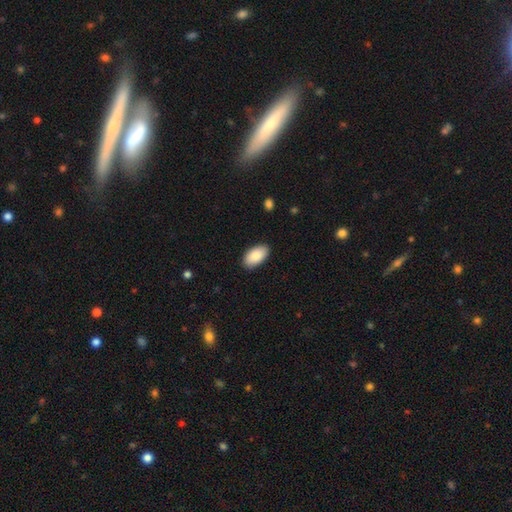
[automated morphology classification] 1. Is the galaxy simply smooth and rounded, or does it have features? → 87% smooth, 7% featured or disk, 6% star or artifact.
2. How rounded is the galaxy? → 96% in between, 3% round, 2% cigar-shaped.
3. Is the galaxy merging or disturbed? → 88% none, 9% minor disturbance, 2% major disturbance, 1% merger.